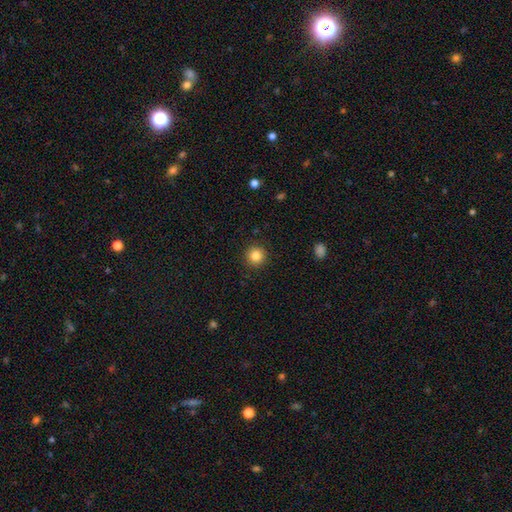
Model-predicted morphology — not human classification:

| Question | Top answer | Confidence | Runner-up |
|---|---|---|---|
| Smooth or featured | smooth | 85% | star or artifact (11%) |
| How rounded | round | 95% | in between (4%) |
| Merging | none | 92% | minor disturbance (5%) |